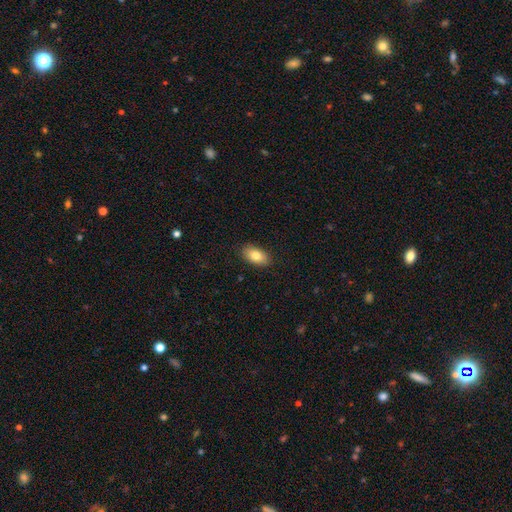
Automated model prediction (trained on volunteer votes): This appears to be a smooth galaxy with no disk features (80%) that is in between round and cigar-shaped (92%). Merging: none (89%).